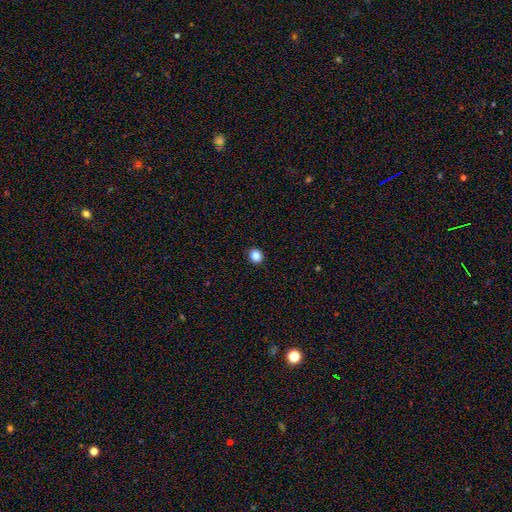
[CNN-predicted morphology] smooth 86%, star or artifact 11%, featured or disk 3%. Down the decision tree: how rounded — round (86%); merging — none (93%).